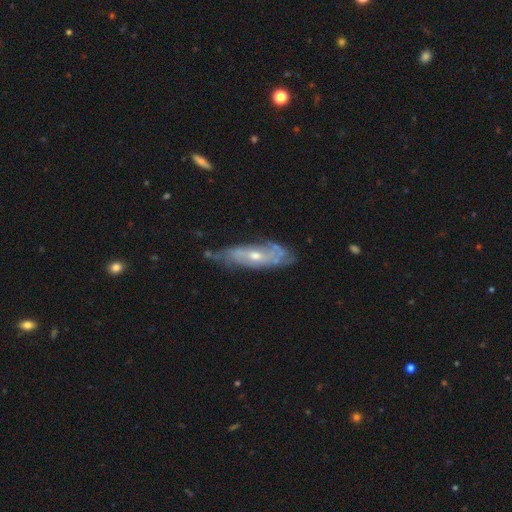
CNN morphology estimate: Smooth or featured: featured or disk — 76% (smooth — 17%)
Edge-on disk: no — 78% (yes — 22%)
Bar: no — 63% (weak — 31%)
Spiral arms: yes — 81% (no — 19%)
Bulge size: moderate — 54% (small — 42%)
Merging: none — 59% (minor disturbance — 28%)